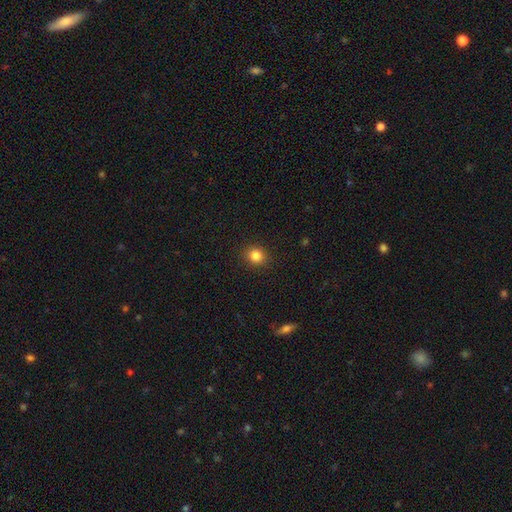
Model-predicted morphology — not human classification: This is clearly a smooth galaxy (84%). How rounded: clearly round (85%). Merging: clearly none (91%).